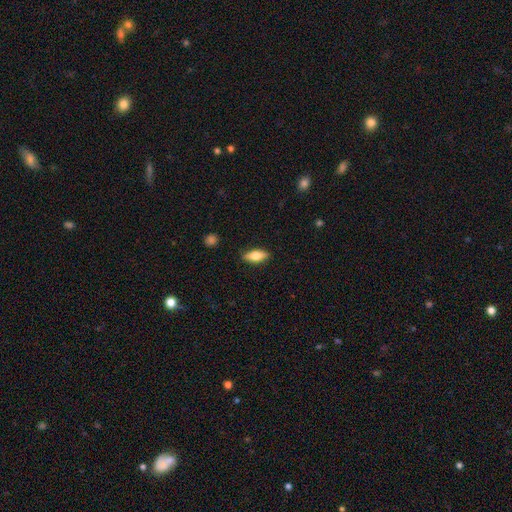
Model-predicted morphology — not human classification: Overall: smooth (73%). How rounded: in between (77%). Merging: none (87%).